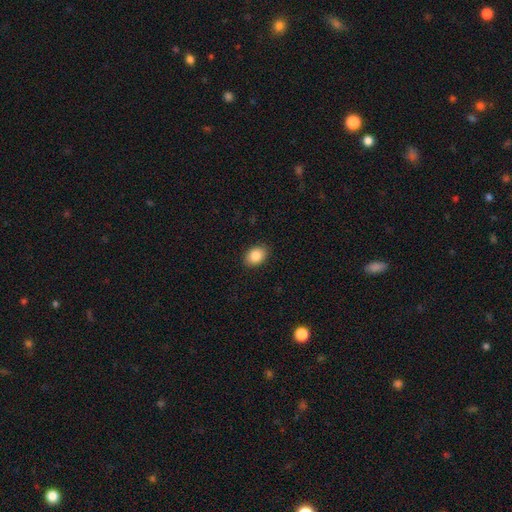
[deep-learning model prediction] Overall: smooth (87%). How rounded: in between (76%). Merging: none (89%).